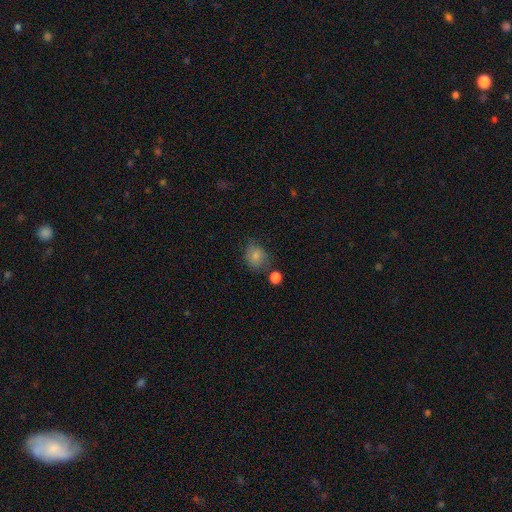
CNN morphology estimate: This is likely a smooth galaxy (79%). How rounded: likely round (66%). Merging: likely none (63%).